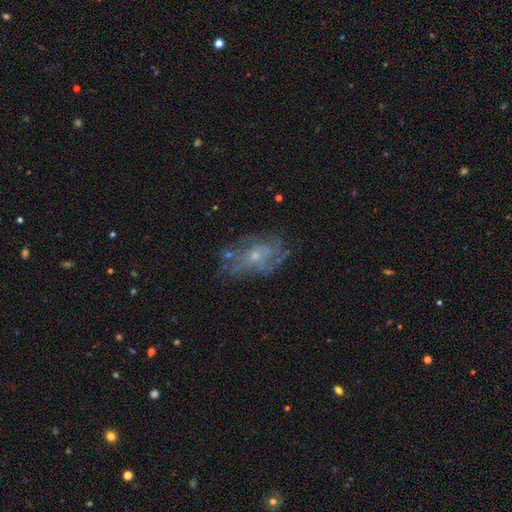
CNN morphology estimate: smooth-or-featured: featured or disk: 67% | smooth: 22% | star or artifact: 11%
  disk-edge-on: no: 95% | yes: 5%
    bar: no: 79% | weak: 18% | strong: 3%
    has-spiral-arms: yes: 63% | no: 37%
    bulge-size: small: 67% | moderate: 27% | none: 4% | large: 1% | dominant: 1%
  merging: none: 62% | minor disturbance: 21% | major disturbance: 14% | merger: 3%